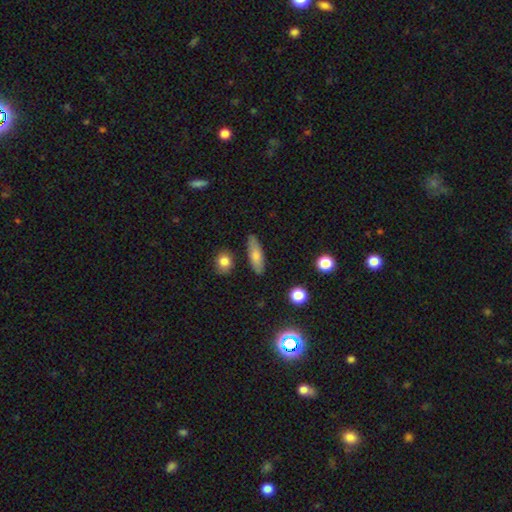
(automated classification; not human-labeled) Smooth or featured? smooth (67%)
How rounded? cigar-shaped (55%)
Merging? none (84%)